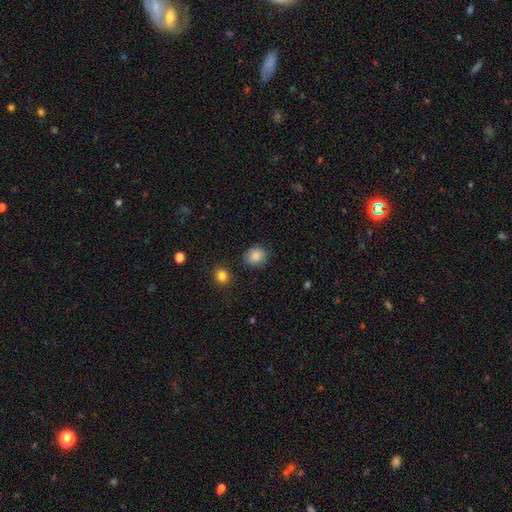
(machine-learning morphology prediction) A smooth galaxy with no disk features (85%) that is round (64%). Merging: none (82%).